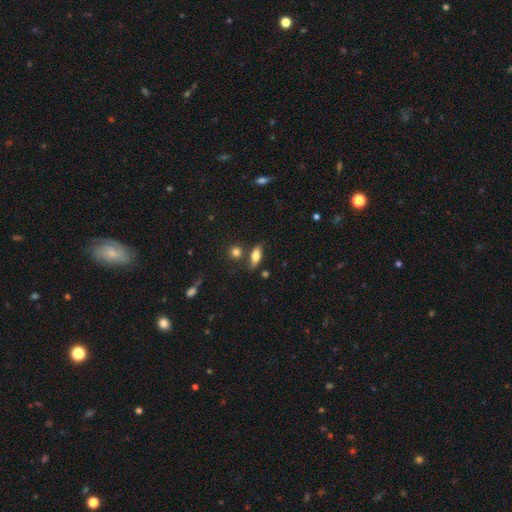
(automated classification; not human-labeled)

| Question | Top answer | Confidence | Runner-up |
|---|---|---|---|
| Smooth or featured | smooth | 73% | featured or disk (19%) |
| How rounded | in between | 72% | cigar-shaped (23%) |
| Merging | none | 73% | minor disturbance (15%) |